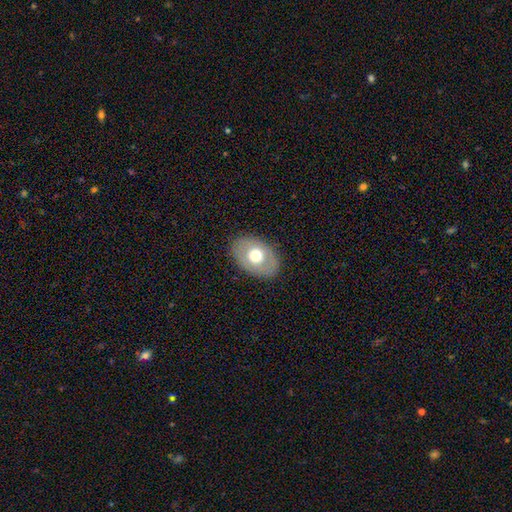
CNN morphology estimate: A smooth galaxy with no disk features (58%) that is in between round and cigar-shaped (80%).

Vote fractions:
- Smooth or featured? smooth: 58% / featured or disk: 36% / star or artifact: 6%
- How rounded? in between: 80% / round: 19% / cigar-shaped: 1%
- Merging? none: 84% / minor disturbance: 11% / major disturbance: 4% / merger: 1%